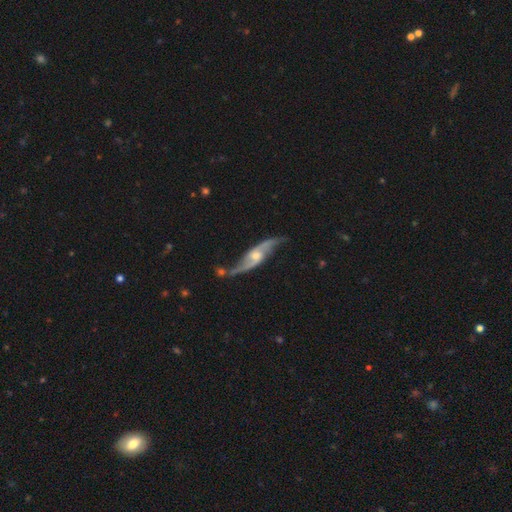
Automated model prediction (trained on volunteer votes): Smooth or featured? Predicted: featured or disk (p=0.87). Edge-on disk? Predicted: no (p=0.83). Bar? Predicted: no (p=0.48). Spiral arms? Predicted: yes (p=0.95). Spiral winding? Predicted: loose (p=0.78). Spiral arm count? Predicted: 2 (p=0.92). Bulge size? Predicted: moderate (p=0.54). Merging? Predicted: none (p=0.62).